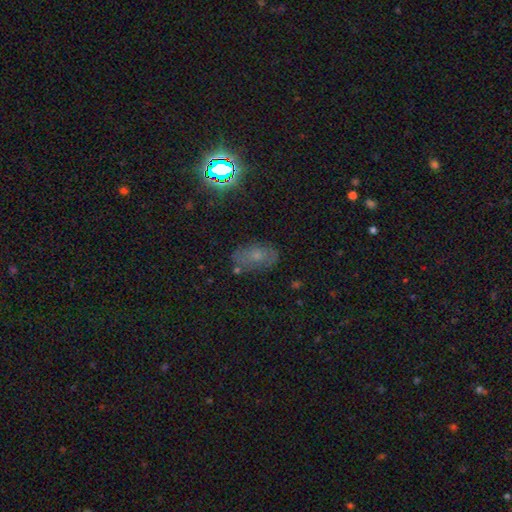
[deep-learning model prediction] Smooth or featured? Predicted: smooth (p=0.48). Merging? Predicted: none (p=0.69).